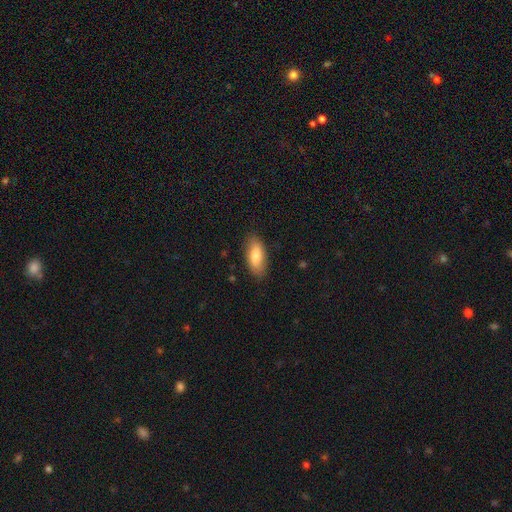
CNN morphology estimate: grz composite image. It shows a smooth galaxy with no disk features (80%) that is in between round and cigar-shaped (83%). Merging: none (84%).